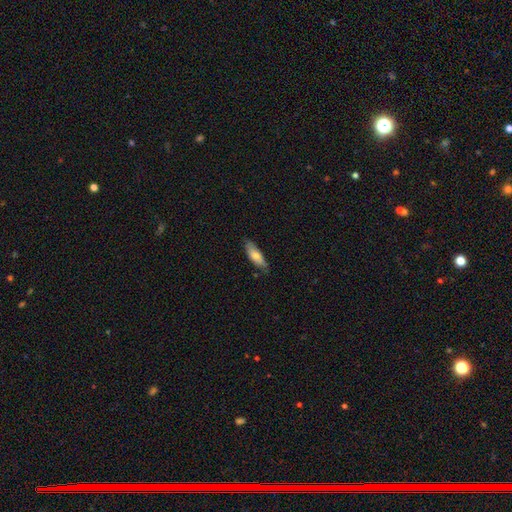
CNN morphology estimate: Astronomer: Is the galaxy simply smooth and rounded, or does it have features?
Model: smooth — 71%.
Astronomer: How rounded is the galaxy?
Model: in between — 61% (runner-up: cigar-shaped, 37%).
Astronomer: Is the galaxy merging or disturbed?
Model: none — 76%.